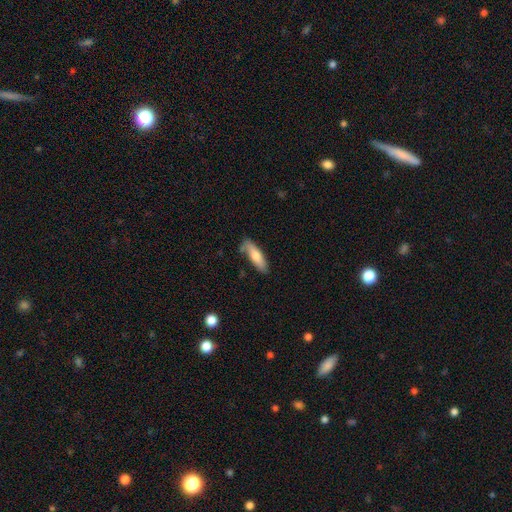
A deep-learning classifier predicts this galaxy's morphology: Overall: smooth (68%). How rounded: cigar-shaped (58%; in between 40%). Merging: none (69%).